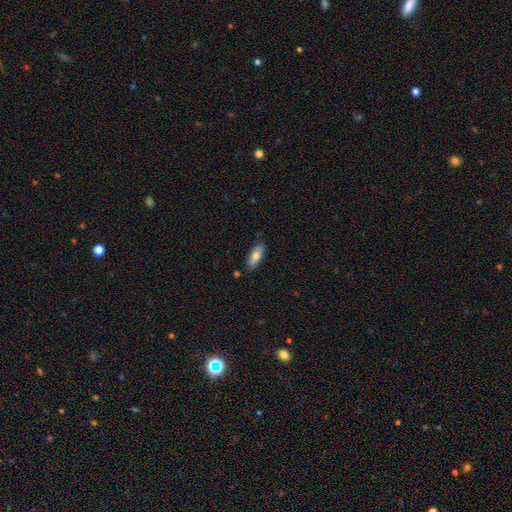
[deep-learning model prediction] A smooth galaxy with no disk features (74%) that is in between round and cigar-shaped (69%).

Vote fractions:
- Smooth or featured? smooth: 74% / featured or disk: 20% / star or artifact: 6%
- How rounded? in between: 69% / cigar-shaped: 29% / round: 2%
- Merging? none: 83% / minor disturbance: 13% / merger: 2% / major disturbance: 2%